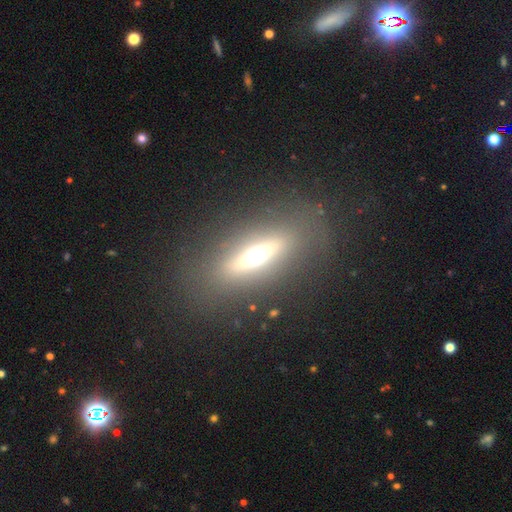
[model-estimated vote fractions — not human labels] Smooth or featured? featured or disk (53%)
Edge-on disk? yes (79%)
Merging? none (82%)